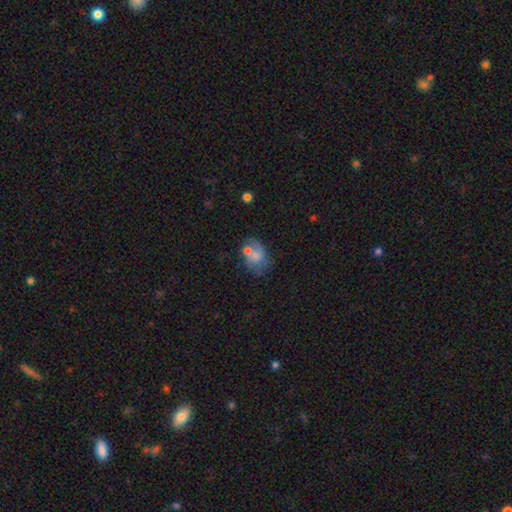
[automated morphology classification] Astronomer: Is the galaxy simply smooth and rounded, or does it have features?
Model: smooth — 54% (runner-up: featured or disk, 36%).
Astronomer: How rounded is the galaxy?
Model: in between — 69%.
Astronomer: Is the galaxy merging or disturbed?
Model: none — 38% (runner-up: merger, 24%).